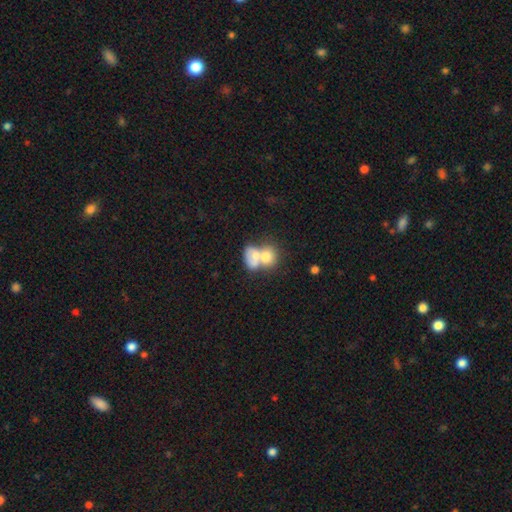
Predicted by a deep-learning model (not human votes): Q: Smooth or featured?
A: smooth (65%); runner-up: featured or disk (27%)
Q: How rounded?
A: in between (57%); runner-up: round (42%)
Q: Merging?
A: merger (73%); runner-up: none (15%)